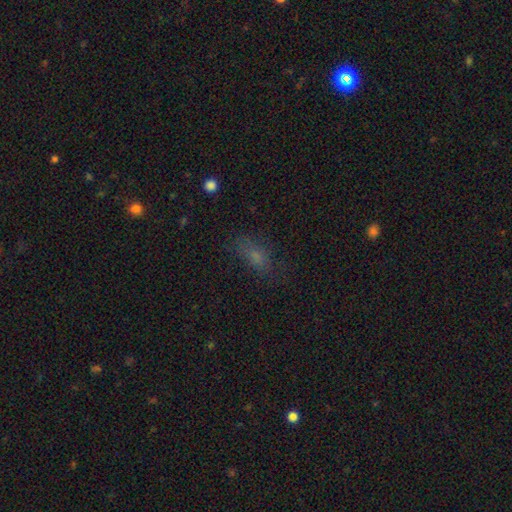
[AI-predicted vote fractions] A smooth galaxy with no disk features (63%) that is in between round and cigar-shaped (73%).

Vote fractions:
- Smooth or featured? smooth: 63% / star or artifact: 22% / featured or disk: 15%
- How rounded? in between: 73% / cigar-shaped: 18% / round: 9%
- Merging? none: 67% / minor disturbance: 20% / major disturbance: 10% / merger: 2%